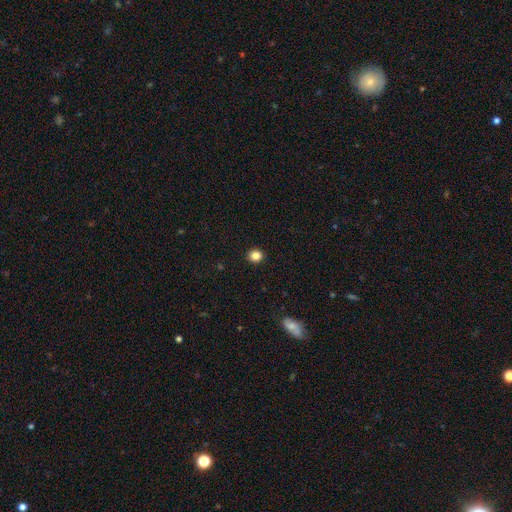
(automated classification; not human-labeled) This appears to be a smooth galaxy with no disk features (85%) that is round (84%). Merging: none (93%).